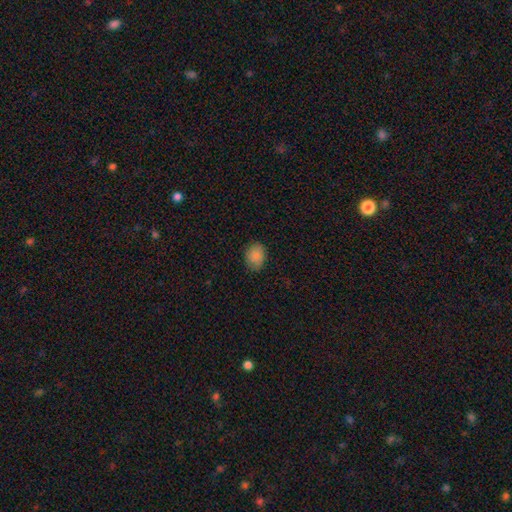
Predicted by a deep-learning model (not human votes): Smooth or featured? Predicted: smooth (p=0.88). How rounded? Predicted: in between (p=0.61). Merging? Predicted: none (p=0.81).